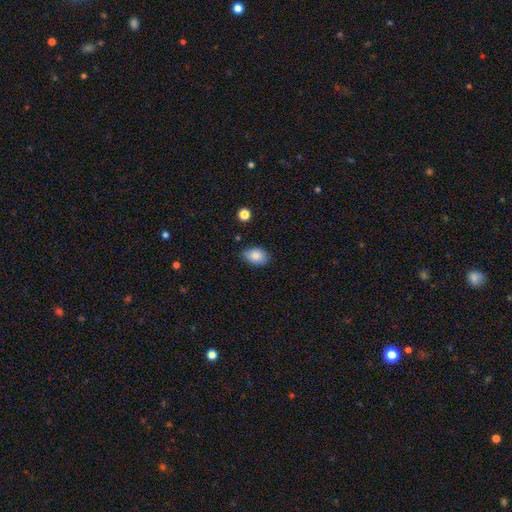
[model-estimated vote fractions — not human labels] Morphology: type=smooth (84%); roundness=in between (83%); merging=none (80%).